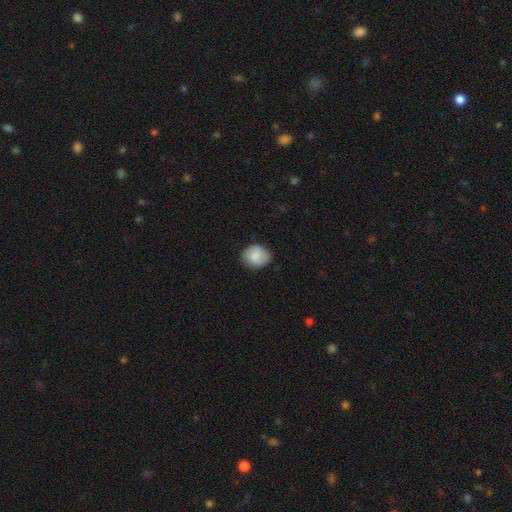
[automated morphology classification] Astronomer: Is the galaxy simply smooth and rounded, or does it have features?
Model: smooth — 77%.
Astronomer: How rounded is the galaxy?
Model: round — 62%.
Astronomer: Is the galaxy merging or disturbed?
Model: none — 76%.